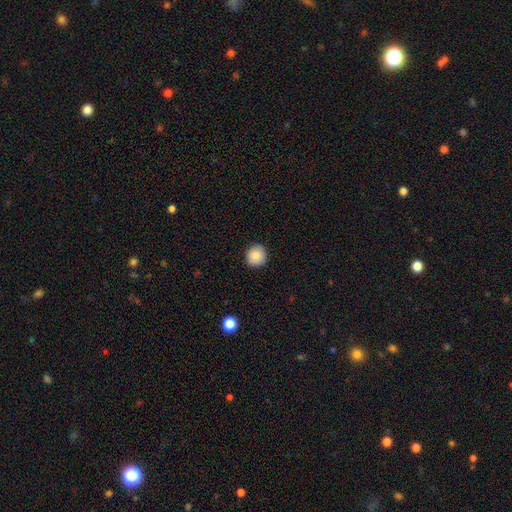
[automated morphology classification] Overall: smooth (87%). How rounded: round (90%). Merging: none (90%).